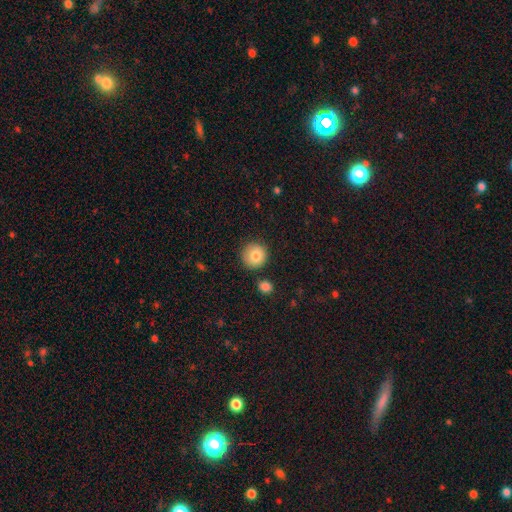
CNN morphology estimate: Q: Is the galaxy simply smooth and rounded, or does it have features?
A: smooth — 83%.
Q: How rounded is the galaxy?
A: round — 93%.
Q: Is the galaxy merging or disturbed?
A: none — 84%.